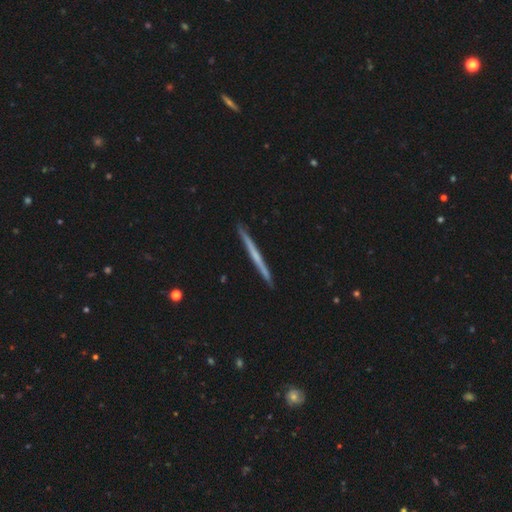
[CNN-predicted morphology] smooth-or-featured: featured or disk: 56% | smooth: 39% | star or artifact: 5%
  disk-edge-on: yes: 98% | no: 2%
    edge-on-bulge: none: 84% | rounded: 12% | boxy: 4%
  merging: none: 92% | minor disturbance: 6% | merger: 1% | major disturbance: 1%